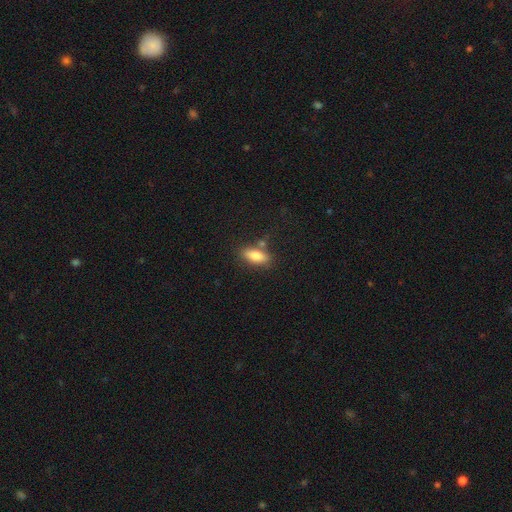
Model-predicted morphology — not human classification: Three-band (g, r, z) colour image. It shows a smooth galaxy with no disk features (79%) that is in between round and cigar-shaped (75%). Merging: none (72%).